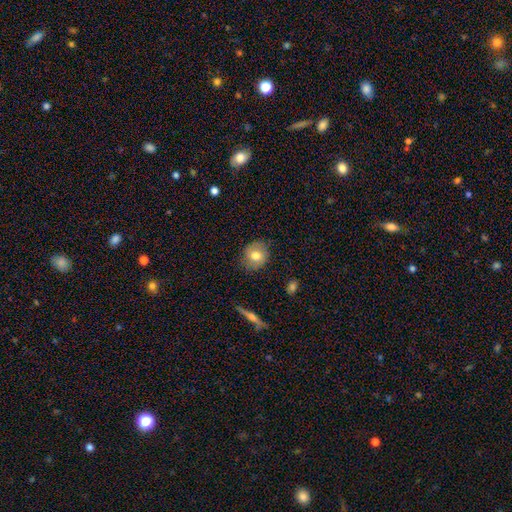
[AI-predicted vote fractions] smooth_or_featured: smooth (p=0.70) [alt: featured or disk p=0.21]
how_rounded: round (p=0.73) [alt: in between p=0.26]
merging: none (p=0.79) [alt: minor disturbance p=0.17]